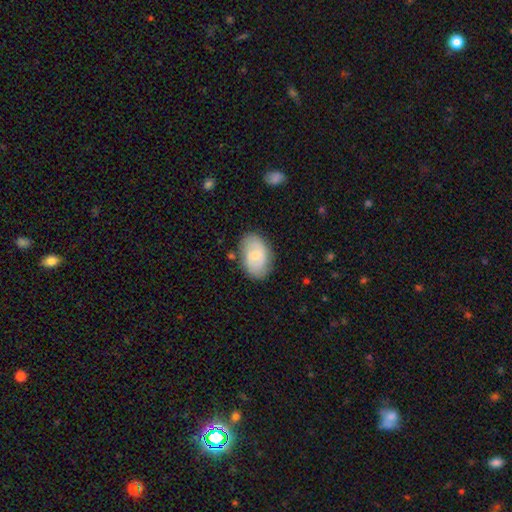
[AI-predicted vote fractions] A smooth galaxy with no disk features (51%) that is in between round and cigar-shaped (88%). Merging: none (79%).